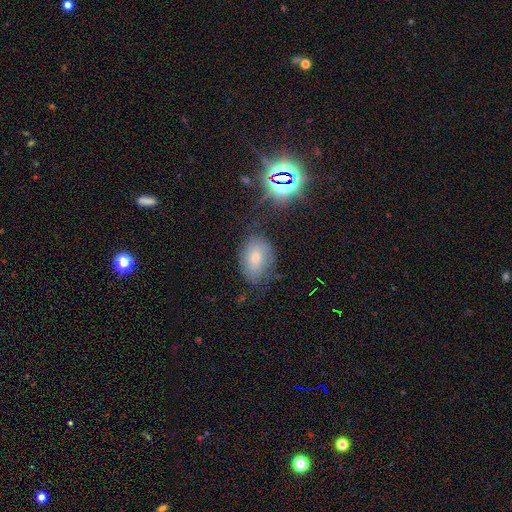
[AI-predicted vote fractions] Smooth or featured? smooth (40%)
Merging? none (66%)